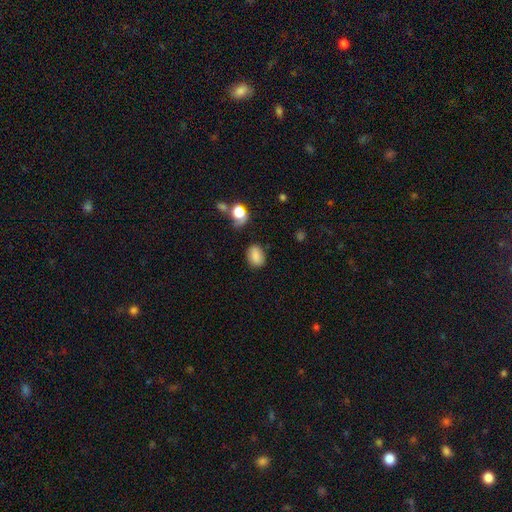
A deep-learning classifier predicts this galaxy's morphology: Smooth or featured?
  - smooth: 83% *
  - star or artifact: 10%
  - featured or disk: 7%
How rounded?
  - in between: 67% *
  - round: 32%
  - cigar-shaped: 1%
Merging?
  - none: 77% *
  - minor disturbance: 16%
  - major disturbance: 4%
  - merger: 3%